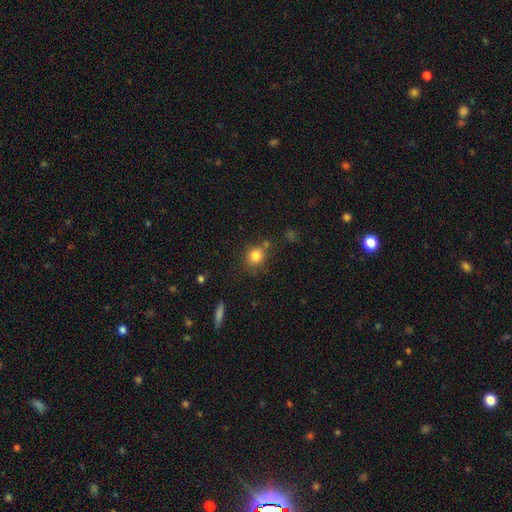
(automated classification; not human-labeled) Morphology: type=smooth (82%); roundness=round (83%); merging=none (72%).